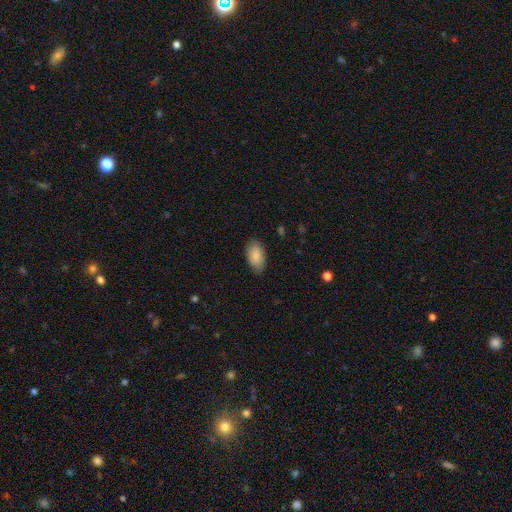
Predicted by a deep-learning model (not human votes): Smooth or featured: smooth — 87% (featured or disk — 7%)
How rounded: in between — 94% (round — 3%)
Merging: none — 83% (minor disturbance — 13%)